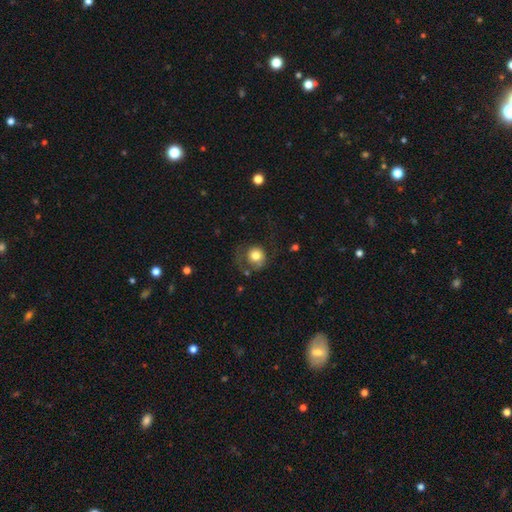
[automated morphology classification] The model was most divided on "merging": none: 42%, major disturbance: 34%, minor disturbance: 21%, merger: 3%. More confident: how rounded — round (85%); smooth or featured — smooth (70%).